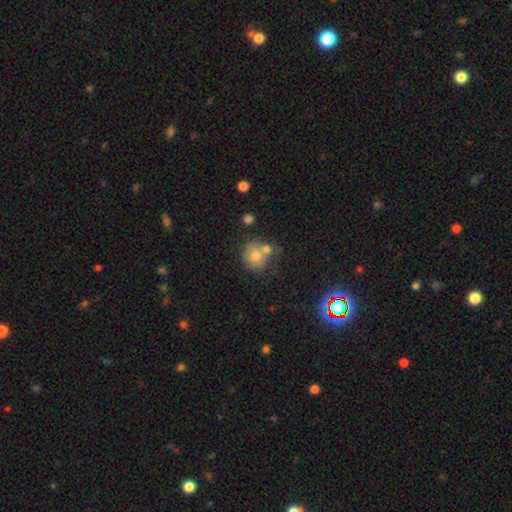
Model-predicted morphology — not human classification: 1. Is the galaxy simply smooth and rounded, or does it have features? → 73% smooth, 15% featured or disk, 12% star or artifact.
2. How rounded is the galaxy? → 79% round, 20% in between, 1% cigar-shaped.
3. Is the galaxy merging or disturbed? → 48% none, 35% merger, 12% minor disturbance, 4% major disturbance.